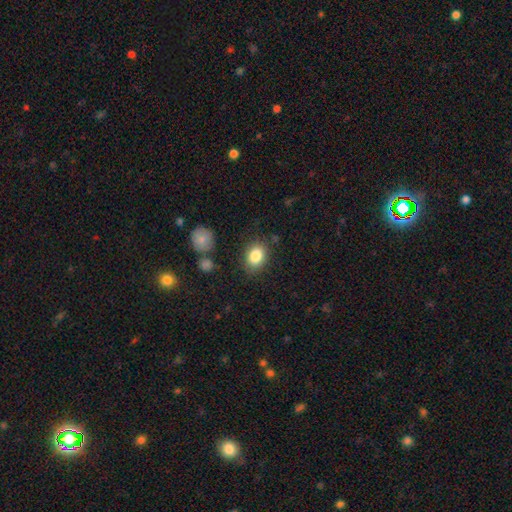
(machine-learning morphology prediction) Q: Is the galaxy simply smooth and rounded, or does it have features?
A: smooth — 85%.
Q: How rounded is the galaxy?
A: in between — 69%.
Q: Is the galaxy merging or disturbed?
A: none — 80%.